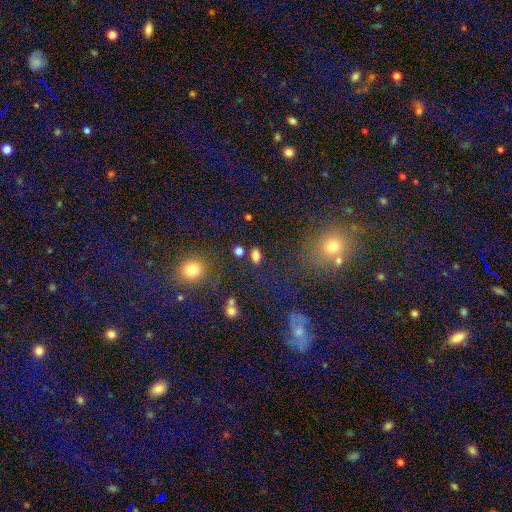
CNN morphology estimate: A smooth galaxy with no disk features (81%) that is in between round and cigar-shaped (84%).

Vote fractions:
- Smooth or featured? smooth: 81% / star or artifact: 12% / featured or disk: 6%
- How rounded? in between: 84% / round: 13% / cigar-shaped: 3%
- Merging? none: 82% / minor disturbance: 10% / merger: 5% / major disturbance: 3%